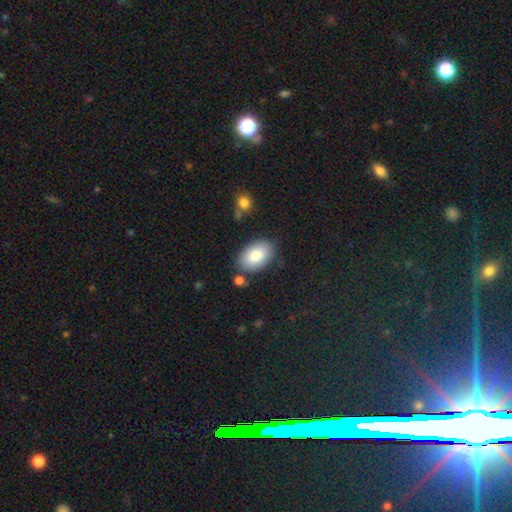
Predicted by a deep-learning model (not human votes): Morphology: type=smooth (86%); roundness=in between (92%); merging=none (79%).